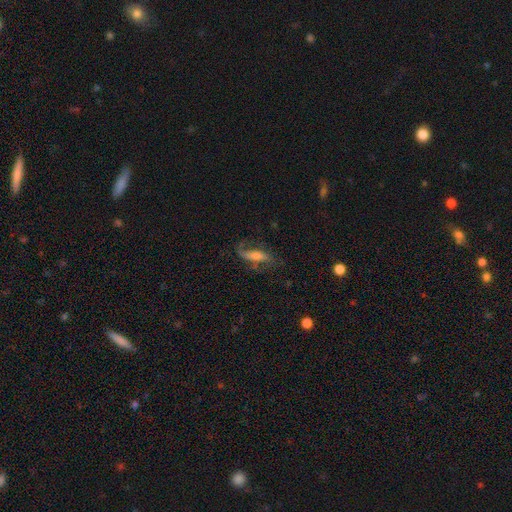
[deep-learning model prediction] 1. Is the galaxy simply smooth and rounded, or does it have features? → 61% featured or disk, 29% smooth, 10% star or artifact.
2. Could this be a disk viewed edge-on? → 78% no, 22% yes.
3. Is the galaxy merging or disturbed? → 54% none, 22% major disturbance, 21% minor disturbance, 3% merger.